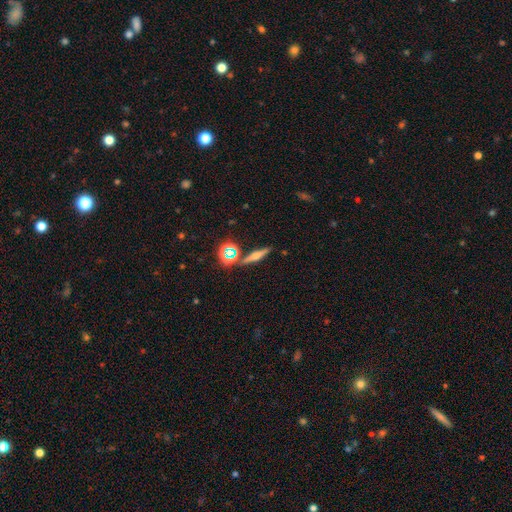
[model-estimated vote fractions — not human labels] Smooth or featured? featured or disk (50%)
Merging? none (82%)